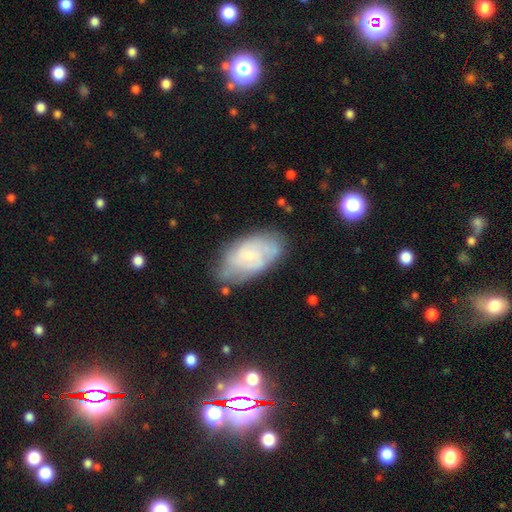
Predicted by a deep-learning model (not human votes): Morphology: type=featured or disk (55%); edge-on=no (93%); bar=no (67%); spiral arms=yes (77%); bulge=small (74%); merging=none (71%).